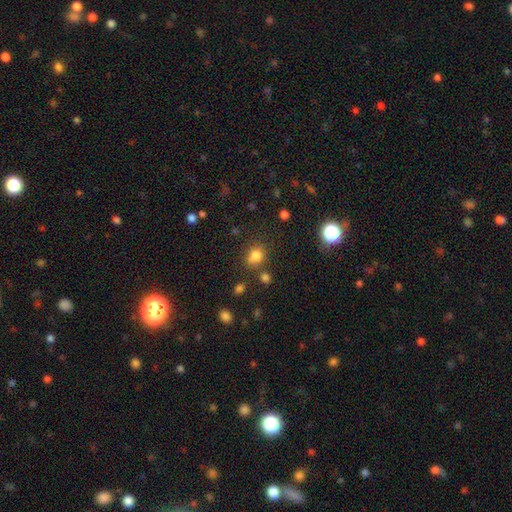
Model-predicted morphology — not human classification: This is likely a smooth galaxy (77%). How rounded: likely round (61%). Merging: likely none (63%).